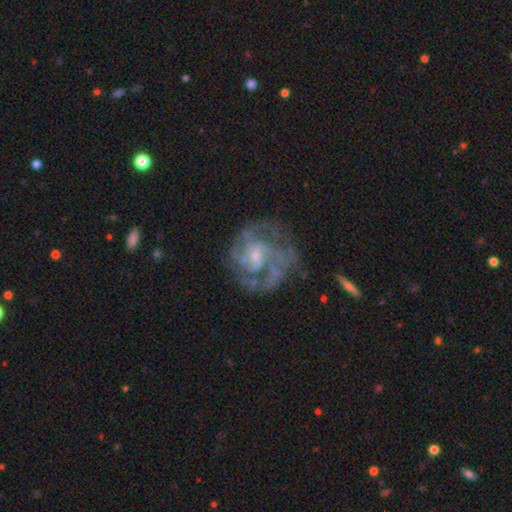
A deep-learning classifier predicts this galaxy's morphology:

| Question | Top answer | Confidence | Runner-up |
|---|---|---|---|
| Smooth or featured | featured or disk | 86% | smooth (7%) |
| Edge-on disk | no | 98% | yes (2%) |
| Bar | no | 56% | weak (36%) |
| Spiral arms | yes | 93% | no (7%) |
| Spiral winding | medium | 45% | tight (43%) |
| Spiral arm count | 3 | 32% | can't tell (22%) |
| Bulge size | small | 63% | moderate (26%) |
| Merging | none | 62% | minor disturbance (18%) |